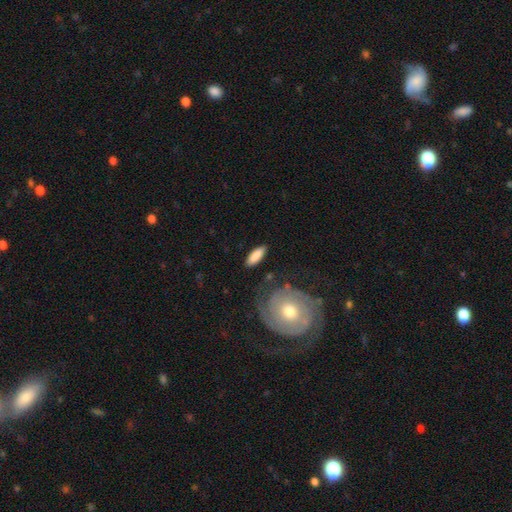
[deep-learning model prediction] Q: Smooth or featured?
A: smooth (84%); runner-up: featured or disk (11%)
Q: How rounded?
A: in between (59%); runner-up: cigar-shaped (39%)
Q: Merging?
A: none (82%); runner-up: minor disturbance (12%)